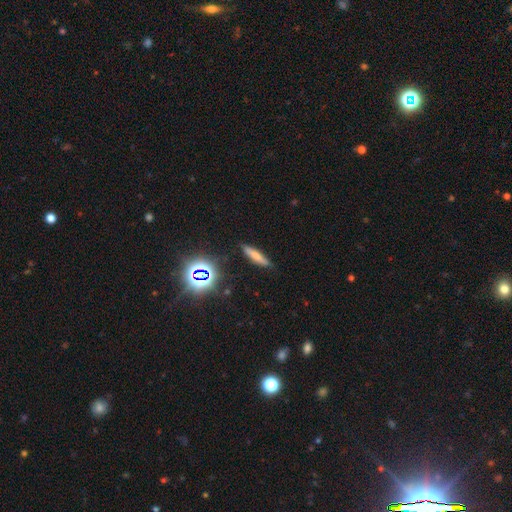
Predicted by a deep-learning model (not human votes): Smooth or featured? smooth (65%)
How rounded? cigar-shaped (83%)
Merging? none (85%)